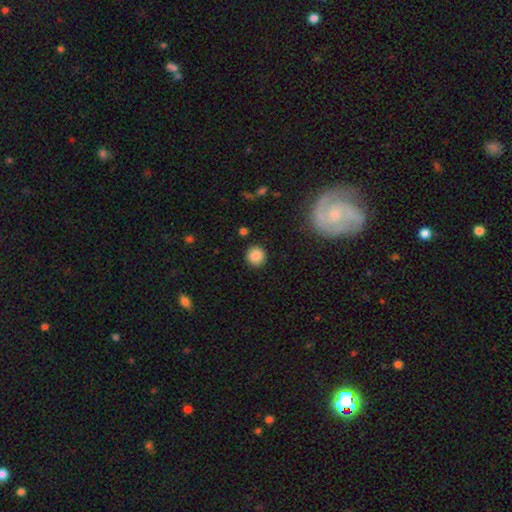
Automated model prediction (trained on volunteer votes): Smooth or featured?
  - smooth: 86% *
  - star or artifact: 9%
  - featured or disk: 5%
How rounded?
  - round: 91% *
  - in between: 8%
  - cigar-shaped: 1%
Merging?
  - none: 89% *
  - minor disturbance: 7%
  - major disturbance: 2%
  - merger: 2%